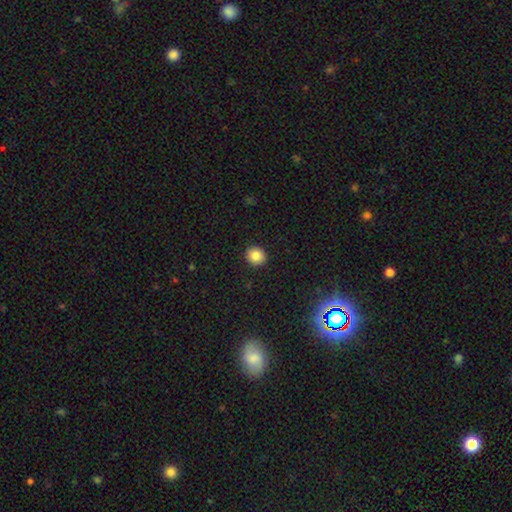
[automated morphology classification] Smooth or featured? Predicted: smooth (p=0.85). How rounded? Predicted: round (p=0.83). Merging? Predicted: none (p=0.92).